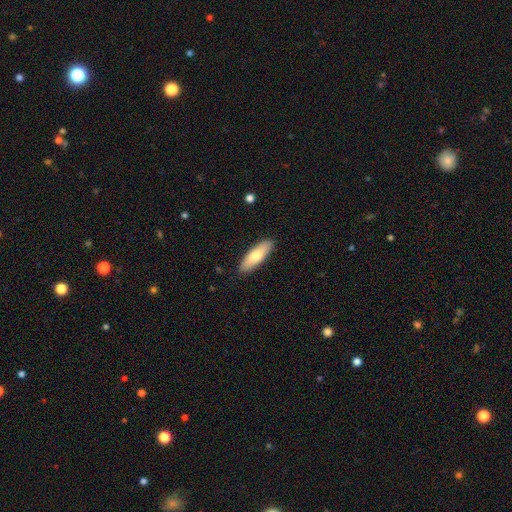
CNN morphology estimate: smooth_or_featured: smooth (p=0.72) [alt: featured or disk p=0.22]
how_rounded: in between (p=0.54) [alt: cigar-shaped p=0.44]
merging: none (p=0.89) [alt: minor disturbance p=0.08]